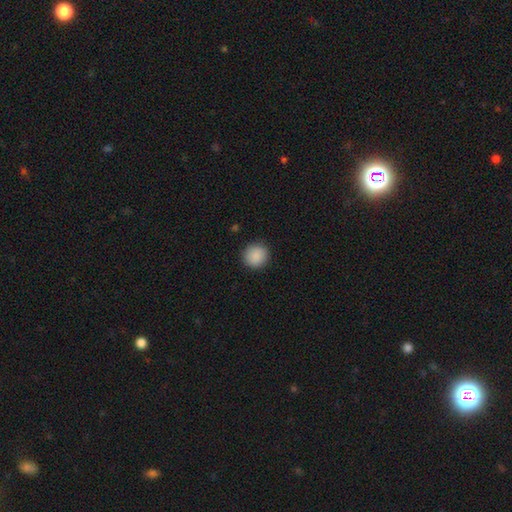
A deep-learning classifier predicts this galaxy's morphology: smooth-or-featured: smooth: 89% | star or artifact: 8% | featured or disk: 3%
  how-rounded: round: 92% | in between: 7% | cigar-shaped: 1%
  merging: none: 91% | minor disturbance: 6% | major disturbance: 2% | merger: 1%